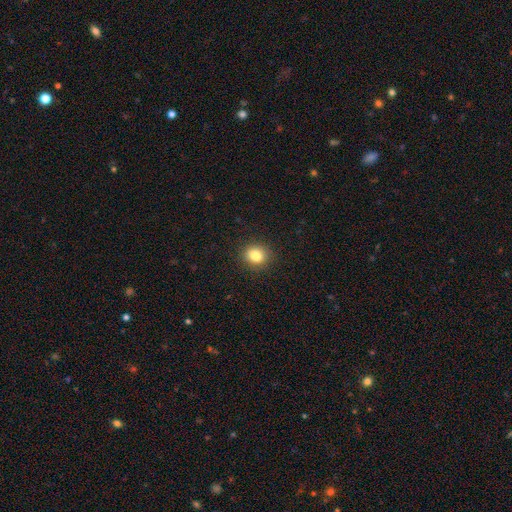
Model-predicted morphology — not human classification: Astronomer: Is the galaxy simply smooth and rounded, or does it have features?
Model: smooth — 83%.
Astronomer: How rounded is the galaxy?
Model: round — 68%.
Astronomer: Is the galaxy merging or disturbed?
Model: none — 89%.